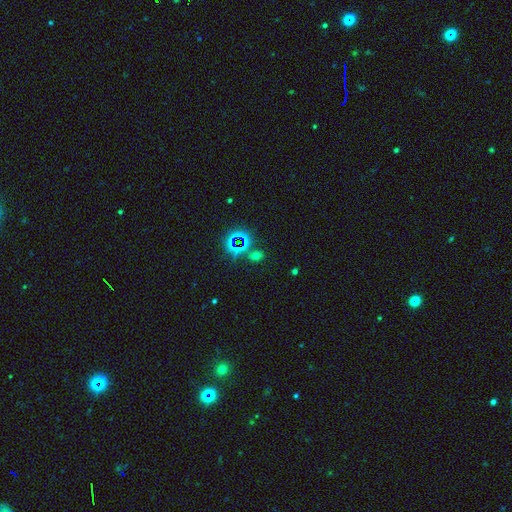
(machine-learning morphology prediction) smooth_or_featured: star or artifact (p=0.48) [alt: smooth p=0.43]